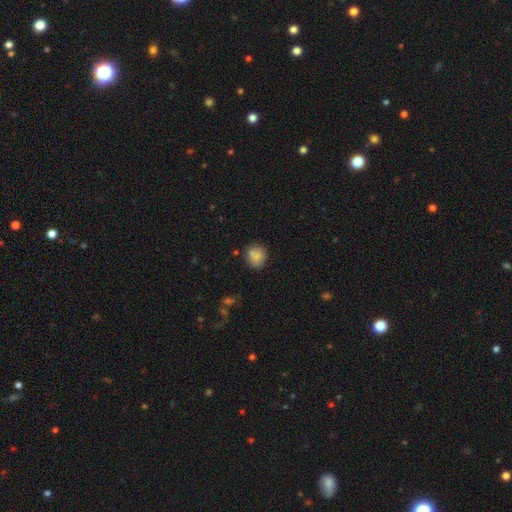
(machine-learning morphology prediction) The model was most divided on "merging": none: 68%, minor disturbance: 15%, merger: 13%, major disturbance: 4%. More confident: smooth or featured — smooth (80%); how rounded — round (78%).